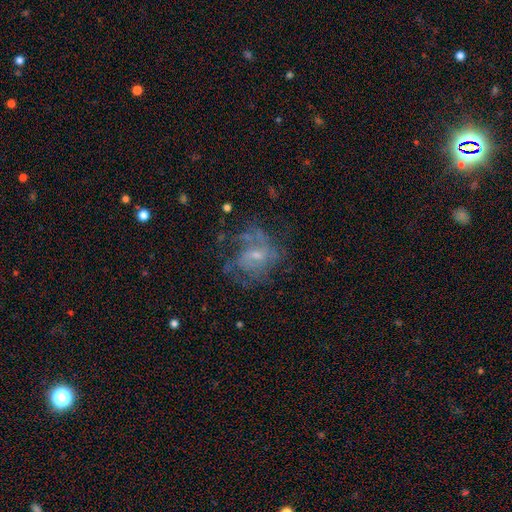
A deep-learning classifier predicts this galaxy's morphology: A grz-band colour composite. It shows a featured or disk galaxy (70%) with no bar (52%), spiral arms (69%) and a small central bulge (60%). Merging: none (48%).